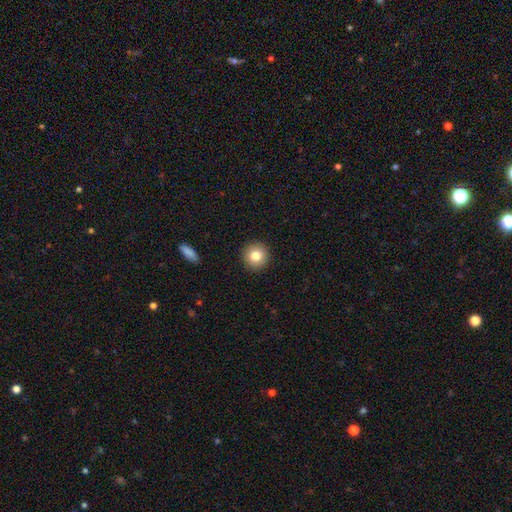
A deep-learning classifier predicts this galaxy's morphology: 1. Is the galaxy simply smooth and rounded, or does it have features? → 81% smooth, 10% star or artifact, 9% featured or disk.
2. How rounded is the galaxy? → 94% round, 5% in between, 1% cigar-shaped.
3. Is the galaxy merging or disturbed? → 92% none, 5% minor disturbance, 2% major disturbance, 1% merger.